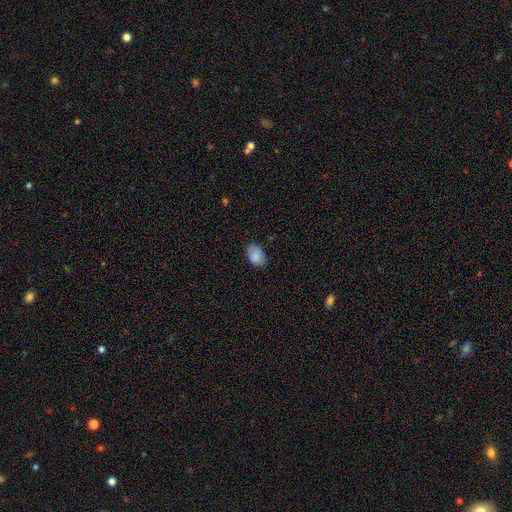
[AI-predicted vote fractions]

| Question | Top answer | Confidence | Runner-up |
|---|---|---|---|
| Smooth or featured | smooth | 85% | featured or disk (8%) |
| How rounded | in between | 90% | round (9%) |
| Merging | none | 80% | minor disturbance (16%) |